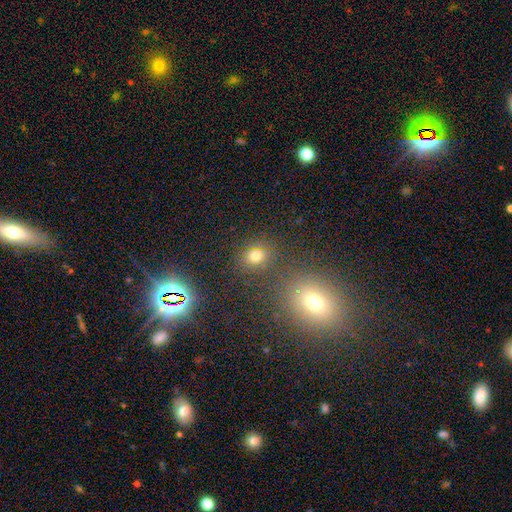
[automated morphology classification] Smooth or featured: smooth — 70% (star or artifact — 22%)
How rounded: round — 62% (in between — 37%)
Merging: none — 79% (minor disturbance — 9%)